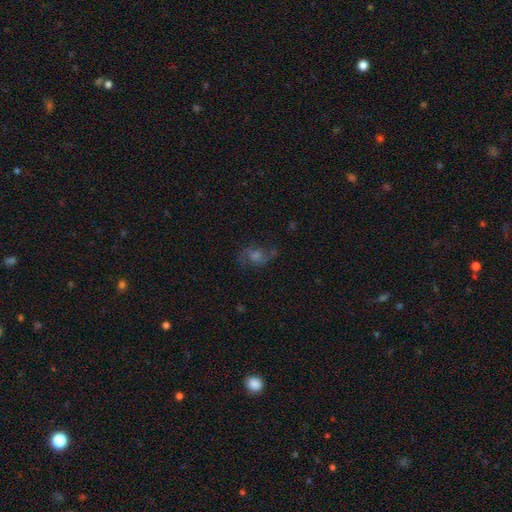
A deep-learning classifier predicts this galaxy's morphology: Overall: featured or disk (58%; smooth 23%). Edge-on disk: no (94%). Bar: no (63%; weak 31%). Spiral arms: yes (89%). Bulge size: moderate (46%; small 29%). Merging: none (69%).